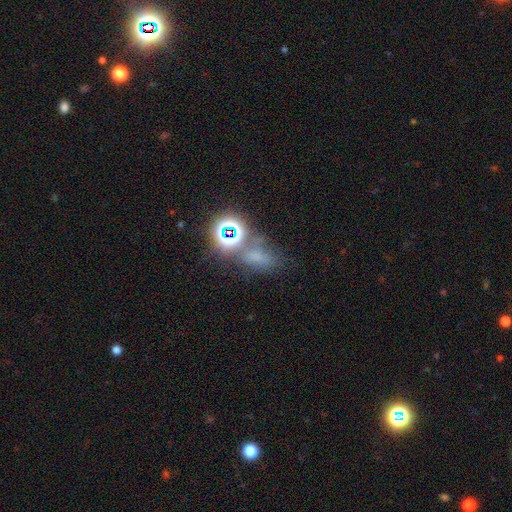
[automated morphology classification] Q: Smooth or featured?
A: smooth (45%); runner-up: star or artifact (41%)
Q: Merging?
A: none (45%); runner-up: merger (23%)